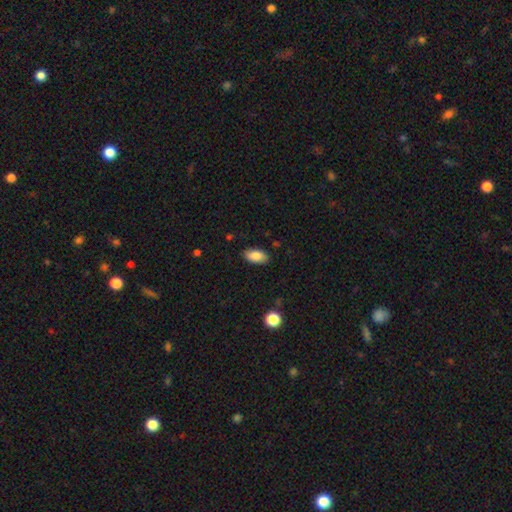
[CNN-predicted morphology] This appears to be a smooth galaxy with no disk features (85%) that is in between round and cigar-shaped (93%). Merging: none (87%).